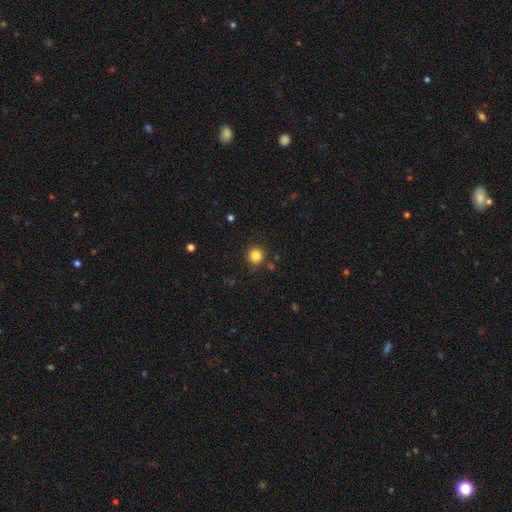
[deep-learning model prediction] Smooth or featured? smooth (83%)
How rounded? round (94%)
Merging? none (88%)